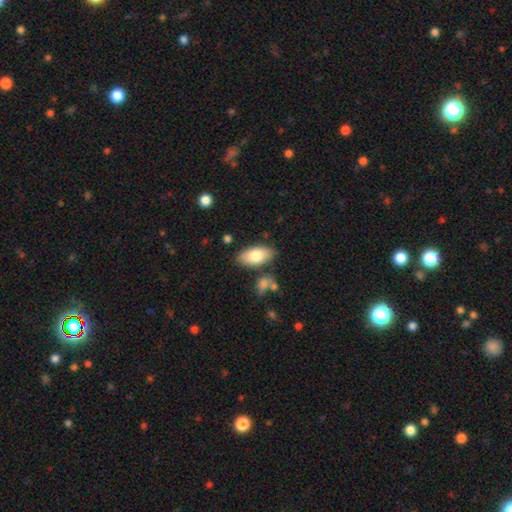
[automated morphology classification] This appears to be a smooth galaxy with no disk features (77%) that is in between round and cigar-shaped (93%). Merging: none (80%).